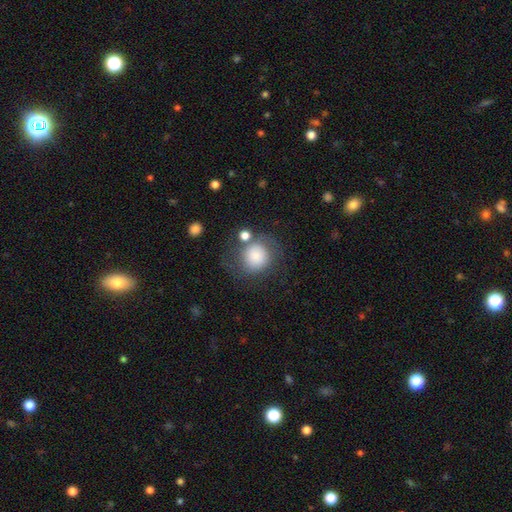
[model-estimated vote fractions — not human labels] The model was most divided on "merging": none: 59%, minor disturbance: 18%, major disturbance: 12%, merger: 12%. More confident: how rounded — round (87%); smooth or featured — smooth (76%).